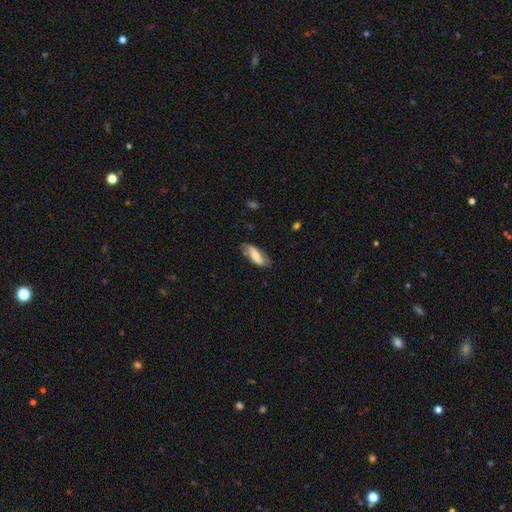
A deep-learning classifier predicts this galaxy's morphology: Overall: smooth (60%; featured or disk 34%). How rounded: in between (70%). Merging: none (74%).